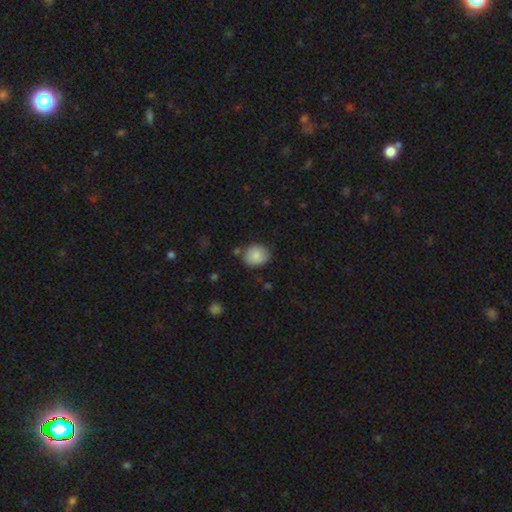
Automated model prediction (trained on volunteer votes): A smooth galaxy with no disk features (85%) that is round (75%). Merging: none (76%).